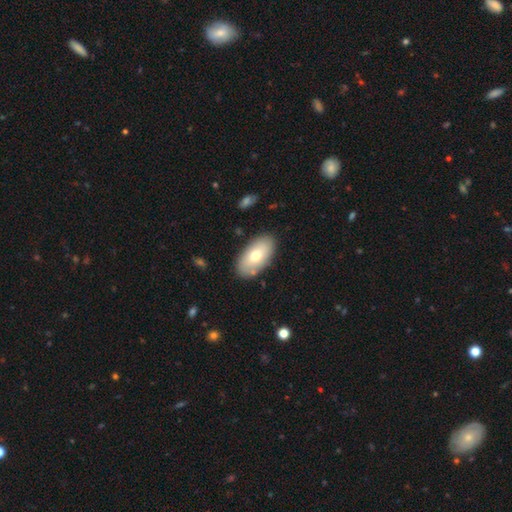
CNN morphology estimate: Smooth or featured?
  - smooth: 68% *
  - featured or disk: 26%
  - star or artifact: 7%
How rounded?
  - in between: 94% *
  - round: 4%
  - cigar-shaped: 2%
Merging?
  - none: 85% *
  - minor disturbance: 10%
  - major disturbance: 3%
  - merger: 2%